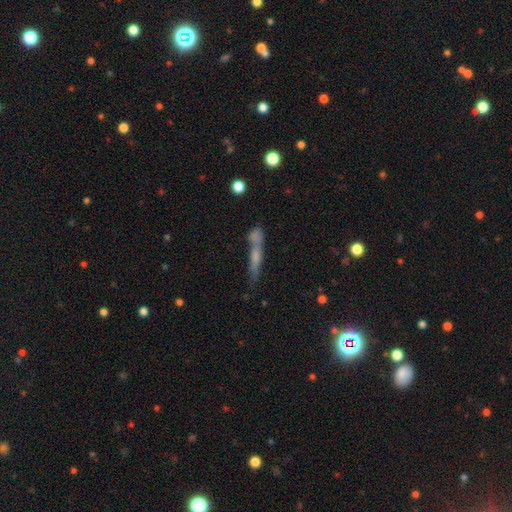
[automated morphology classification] Smooth or featured? Predicted: smooth (p=0.47). Merging? Predicted: none (p=0.52).